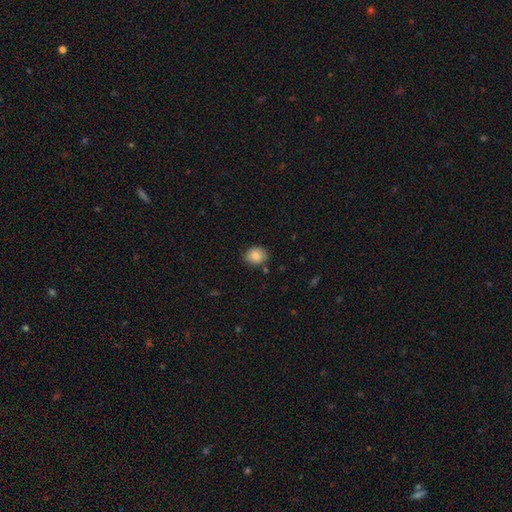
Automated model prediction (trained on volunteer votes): Overall: smooth (84%). How rounded: round (58%; in between 42%). Merging: none (78%).